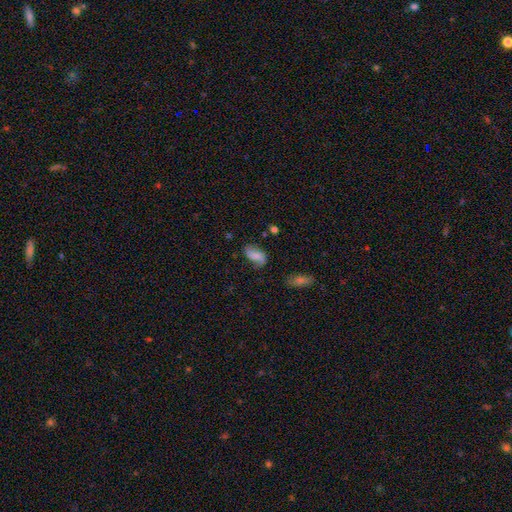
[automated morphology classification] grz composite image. It shows a smooth galaxy with no disk features (53%) that is in between round and cigar-shaped (91%). Merging: none (65%).